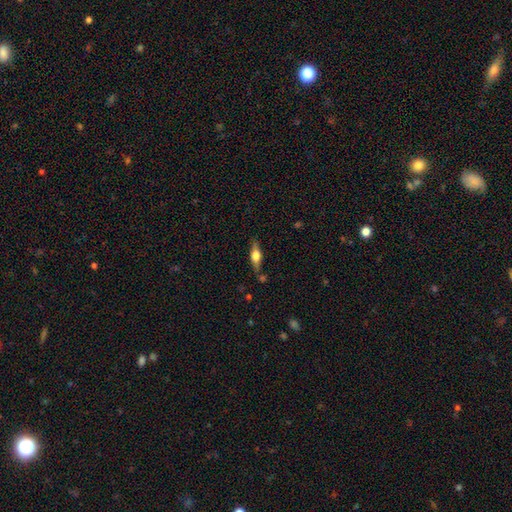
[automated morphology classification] Smooth or featured: featured or disk — 52% (smooth — 41%)
Edge-on disk: yes — 92% (no — 8%)
Merging: none — 76% (minor disturbance — 15%)